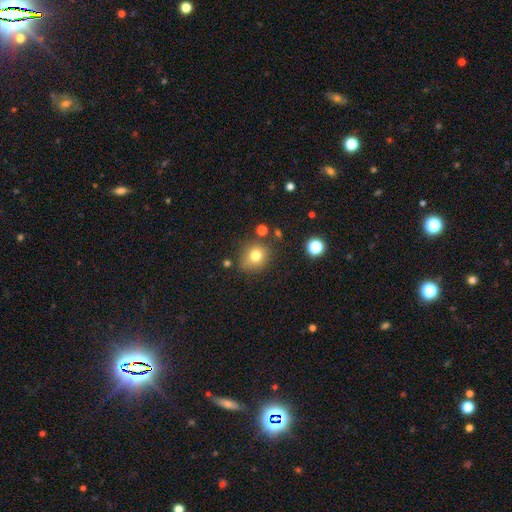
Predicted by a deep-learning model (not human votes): smooth 77%, star or artifact 14%, featured or disk 10%. Down the decision tree: how rounded — round (78%); merging — none (75%).